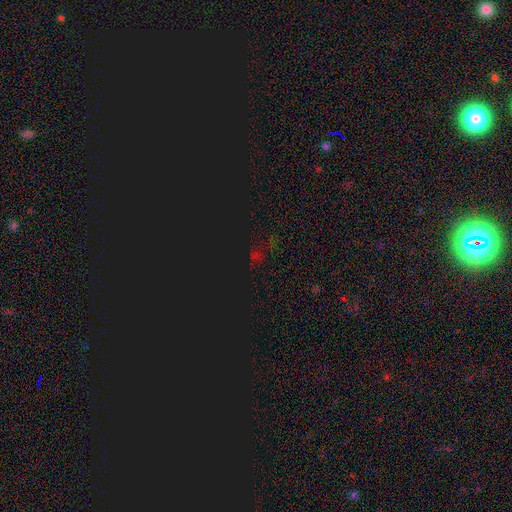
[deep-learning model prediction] Smooth or featured?
  - star or artifact: 76% *
  - smooth: 17%
  - featured or disk: 7%